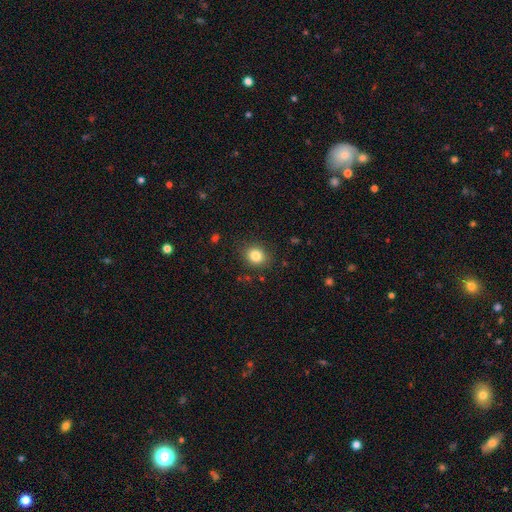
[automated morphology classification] Smooth or featured?
  - smooth: 83% *
  - star or artifact: 11%
  - featured or disk: 6%
How rounded?
  - round: 67% *
  - in between: 32%
  - cigar-shaped: 1%
Merging?
  - none: 86% *
  - minor disturbance: 10%
  - major disturbance: 3%
  - merger: 1%